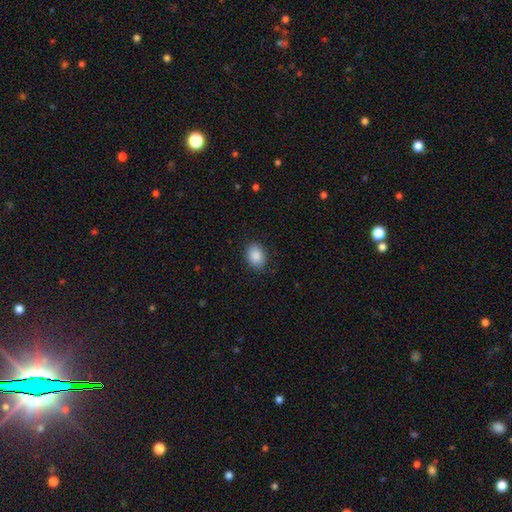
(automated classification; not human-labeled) This is clearly a smooth galaxy (89%). How rounded: likely in between (72%). Merging: clearly none (85%).